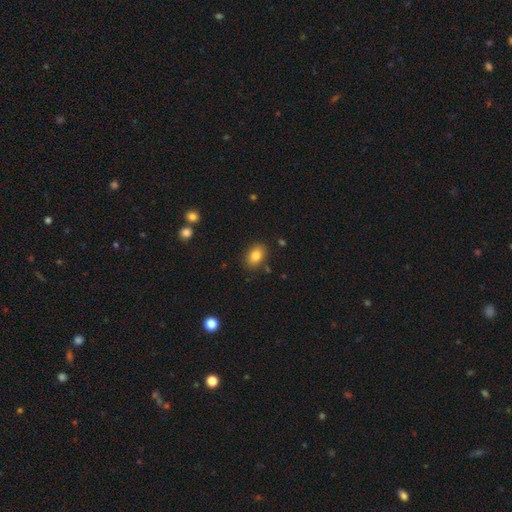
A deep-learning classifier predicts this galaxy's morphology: A smooth galaxy with no disk features (83%) that is in between round and cigar-shaped (80%). Merging: none (84%).